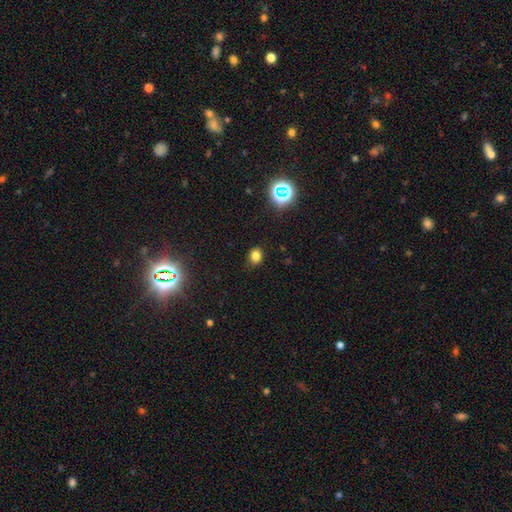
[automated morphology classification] Smooth or featured: smooth — 78% (star or artifact — 17%)
How rounded: round — 53% (in between — 46%)
Merging: none — 83% (minor disturbance — 12%)